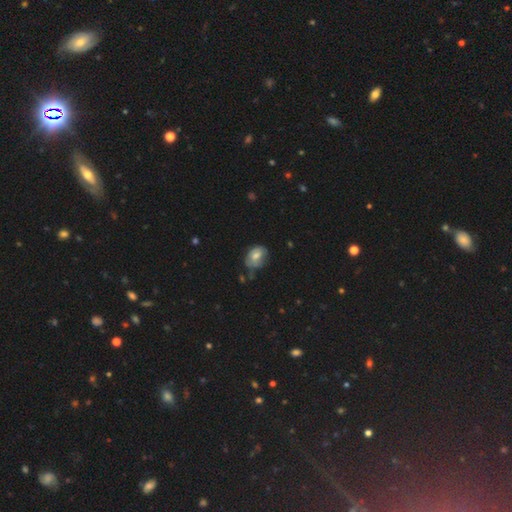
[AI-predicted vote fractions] Overall: smooth (68%). How rounded: in between (75%). Merging: none (51%; minor disturbance 35%).